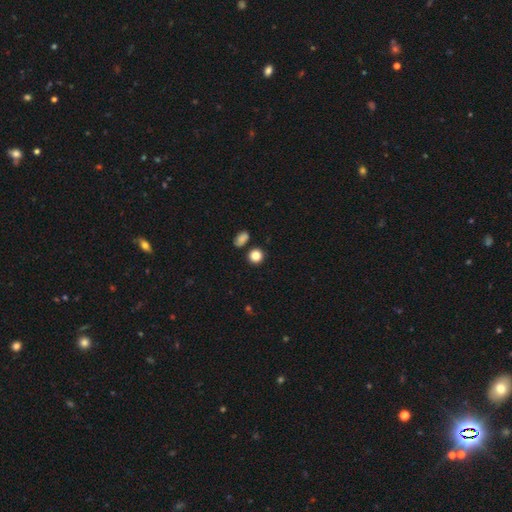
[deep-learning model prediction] smooth-or-featured: smooth: 84% | star or artifact: 11% | featured or disk: 5%
  how-rounded: round: 87% | in between: 12% | cigar-shaped: 1%
  merging: none: 83% | minor disturbance: 8% | merger: 7% | major disturbance: 2%